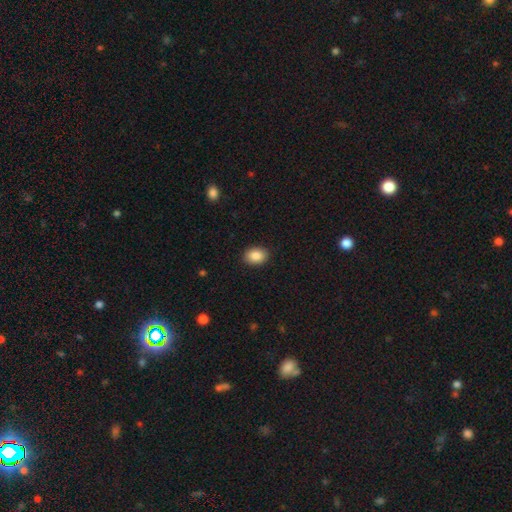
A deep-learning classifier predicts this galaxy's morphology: Overall: smooth (88%). How rounded: in between (75%). Merging: none (90%).